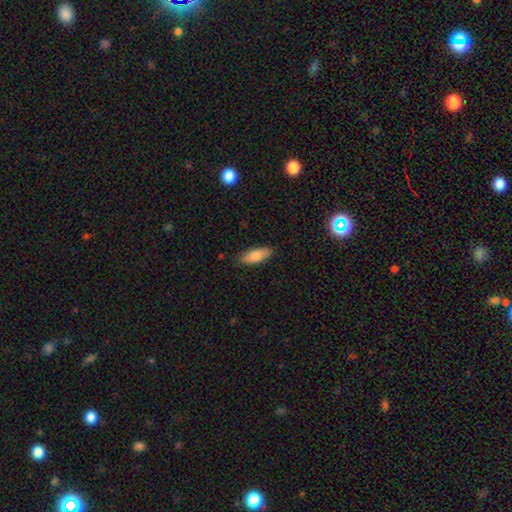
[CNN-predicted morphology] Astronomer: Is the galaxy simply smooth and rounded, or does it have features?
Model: smooth — 84%.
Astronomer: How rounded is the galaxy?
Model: in between — 74%.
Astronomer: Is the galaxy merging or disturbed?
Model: none — 85%.